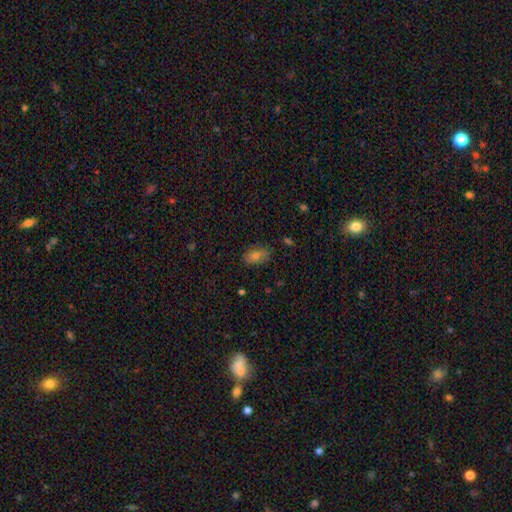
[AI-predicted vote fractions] A smooth galaxy with no disk features (67%) that is in between round and cigar-shaped (87%). Merging: none (81%).